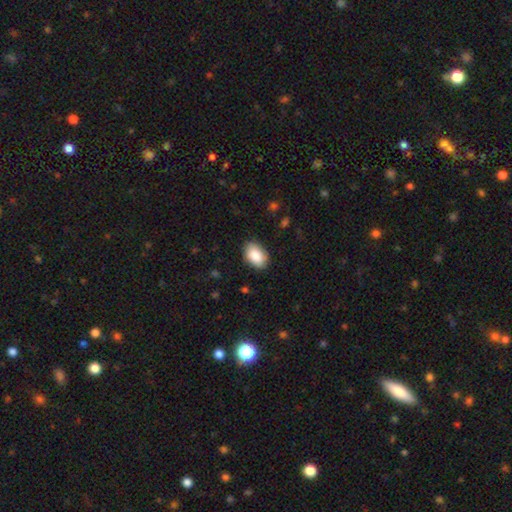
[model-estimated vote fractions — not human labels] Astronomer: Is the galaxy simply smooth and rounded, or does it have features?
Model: smooth — 87%.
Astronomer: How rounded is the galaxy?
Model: in between — 90%.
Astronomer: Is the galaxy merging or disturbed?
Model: none — 86%.